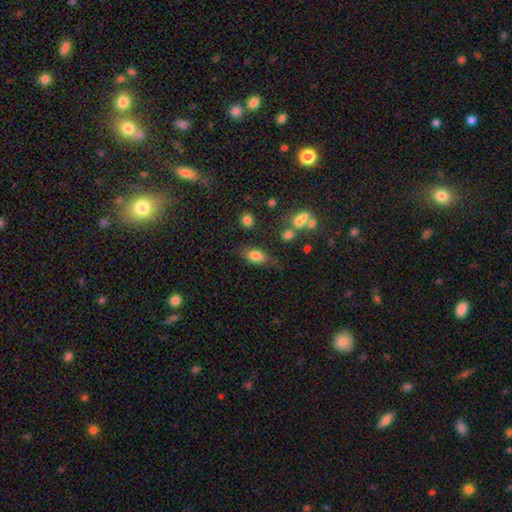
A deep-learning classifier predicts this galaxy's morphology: A smooth galaxy with no disk features (79%) that is in between round and cigar-shaped (85%).

Vote fractions:
- Smooth or featured? smooth: 79% / featured or disk: 12% / star or artifact: 9%
- How rounded? in between: 85% / round: 10% / cigar-shaped: 5%
- Merging? none: 70% / minor disturbance: 18% / major disturbance: 6% / merger: 6%